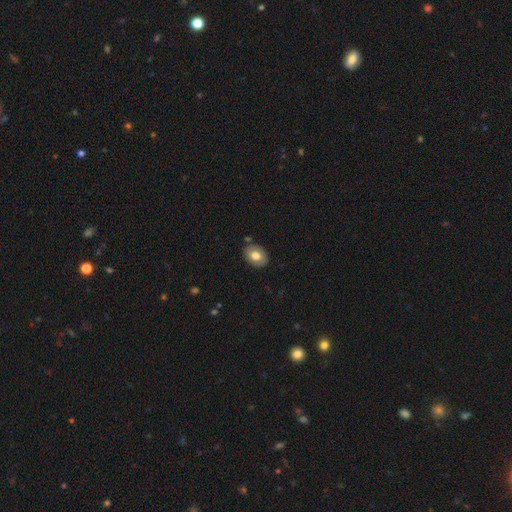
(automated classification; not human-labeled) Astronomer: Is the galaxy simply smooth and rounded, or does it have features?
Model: smooth — 73%.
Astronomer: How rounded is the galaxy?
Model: in between — 73%.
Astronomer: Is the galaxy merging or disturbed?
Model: none — 85%.